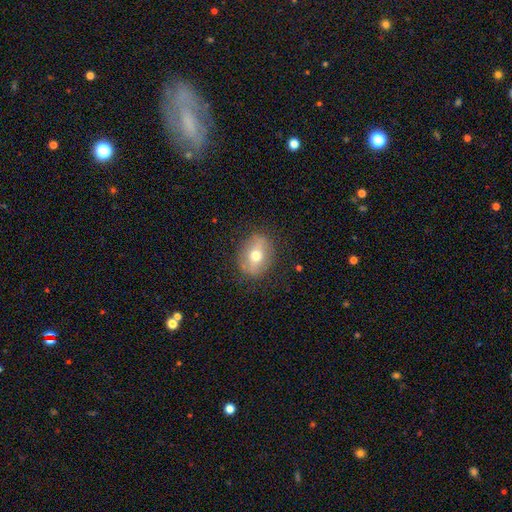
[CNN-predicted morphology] This is possibly a smooth galaxy (53%). How rounded: likely in between (62%). Merging: clearly none (83%).